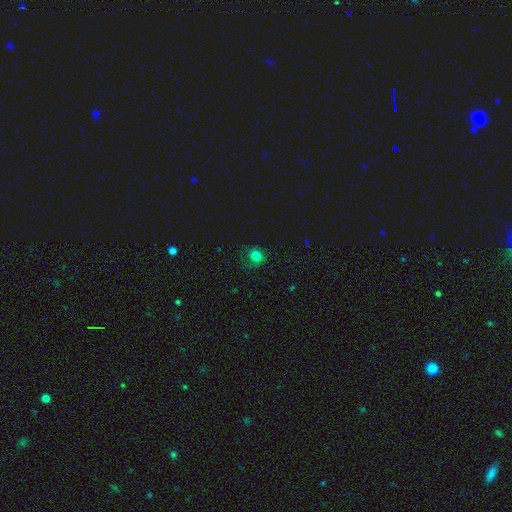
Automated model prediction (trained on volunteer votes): The model was most divided on "merging": none: 72%, minor disturbance: 18%, major disturbance: 8%, merger: 1%. More confident: how rounded — round (82%); smooth or featured — smooth (78%).